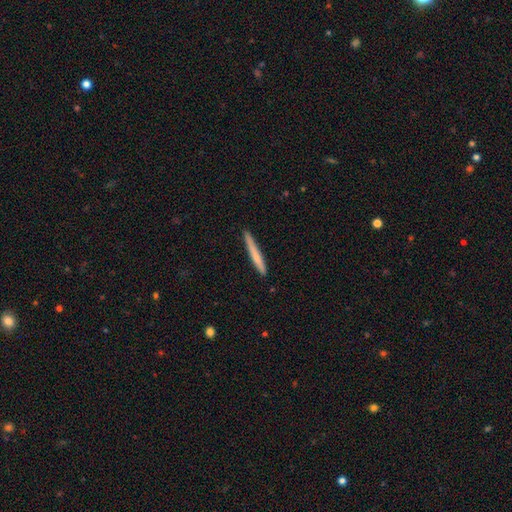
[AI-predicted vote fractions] smooth 66%, featured or disk 29%, star or artifact 5%. Down the decision tree: how rounded — cigar-shaped (97%); merging — none (88%).